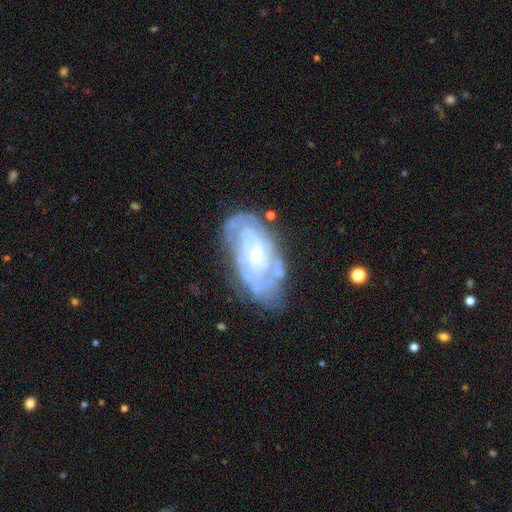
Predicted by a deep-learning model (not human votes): Smooth or featured? featured or disk (81%)
Edge-on disk? no (94%)
Bar? no (54%)
Spiral arms? yes (84%)
Spiral winding? tight (62%)
Spiral arm count? can't tell (48%)
Bulge size? small (55%)
Merging? none (65%)